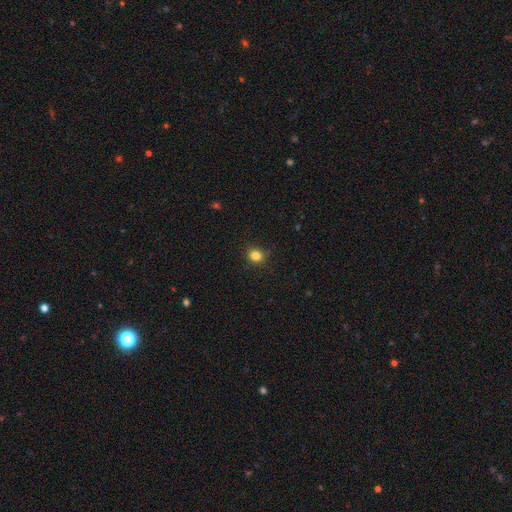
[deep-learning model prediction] This is clearly a smooth galaxy (83%). How rounded: clearly round (82%). Merging: clearly none (87%).